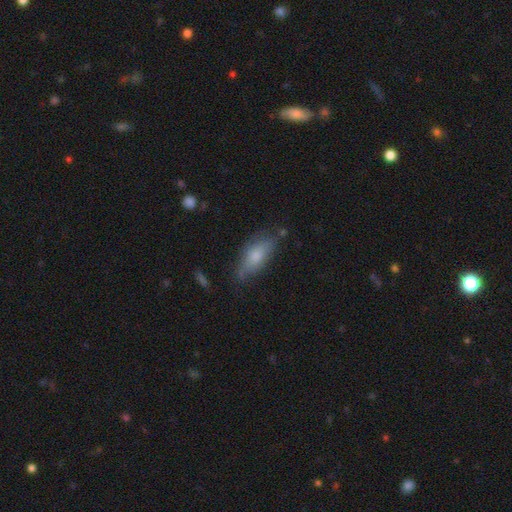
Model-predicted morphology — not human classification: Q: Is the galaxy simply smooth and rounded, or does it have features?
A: smooth — 68%.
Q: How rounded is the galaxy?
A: in between — 76%.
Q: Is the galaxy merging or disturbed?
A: none — 63%.